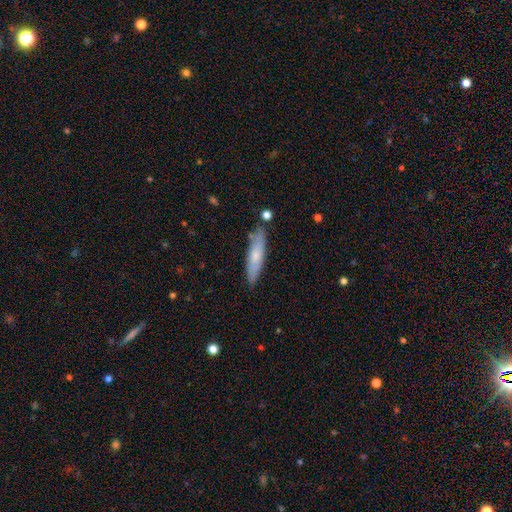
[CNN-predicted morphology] Smooth or featured: smooth — 61% (featured or disk — 33%)
How rounded: cigar-shaped — 81% (in between — 18%)
Merging: none — 82% (minor disturbance — 13%)